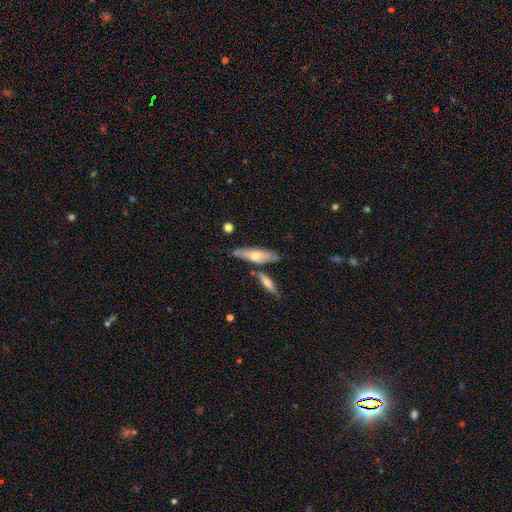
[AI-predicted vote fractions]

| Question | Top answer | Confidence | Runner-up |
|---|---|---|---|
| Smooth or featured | smooth | 49% | featured or disk (45%) |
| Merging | none | 64% | minor disturbance (17%) |